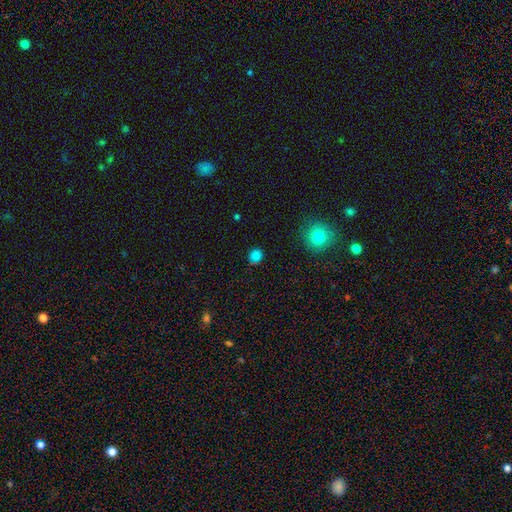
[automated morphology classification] This appears to be a smooth galaxy with no disk features (82%) that is round (85%). Merging: none (85%).